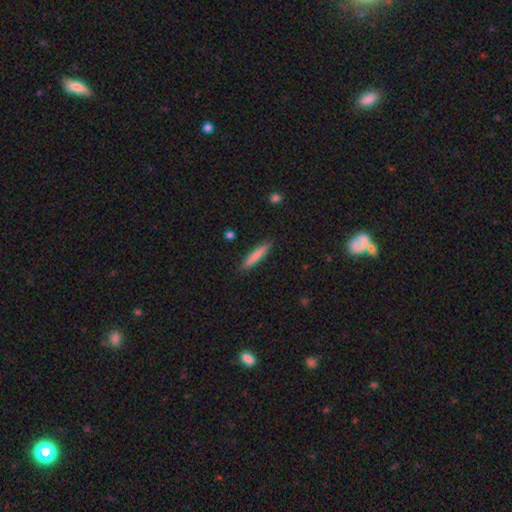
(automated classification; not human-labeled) Smooth or featured: smooth — 81% (featured or disk — 13%)
How rounded: cigar-shaped — 89% (in between — 10%)
Merging: none — 88% (minor disturbance — 9%)